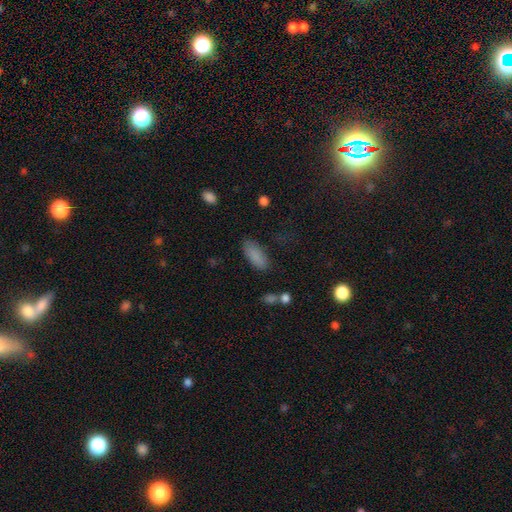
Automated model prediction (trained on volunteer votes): This appears to be a smooth galaxy with no disk features (86%) that is in between round and cigar-shaped (85%). Merging: none (79%).